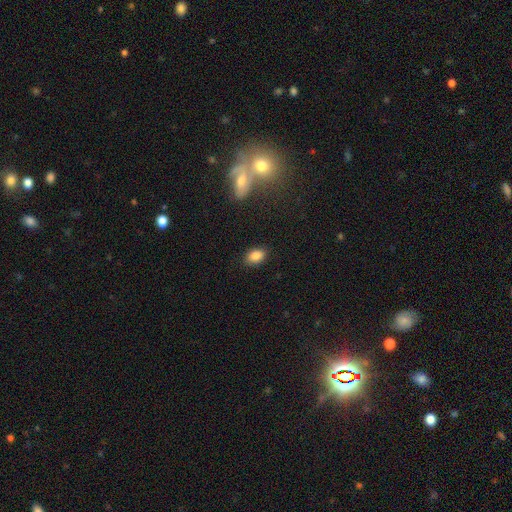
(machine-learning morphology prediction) The model was most divided on "how rounded": in between: 83%, round: 15%, cigar-shaped: 1%. More confident: merging — none (86%); smooth or featured — smooth (85%).